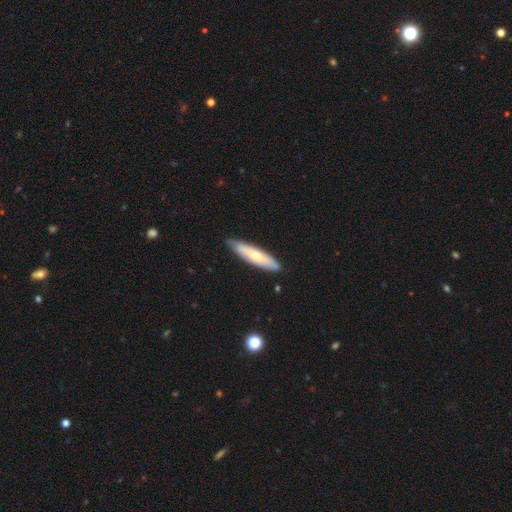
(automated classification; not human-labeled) The model was most divided on "smooth or featured": smooth: 58%, featured or disk: 37%, star or artifact: 5%. More confident: merging — none (84%); how rounded — cigar-shaped (75%).